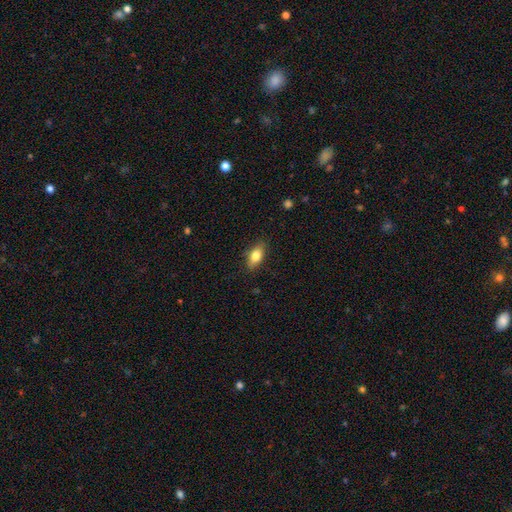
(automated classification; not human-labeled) smooth-or-featured: smooth: 79% | featured or disk: 14% | star or artifact: 7%
  how-rounded: in between: 85% | cigar-shaped: 9% | round: 6%
  merging: none: 83% | minor disturbance: 13% | major disturbance: 3% | merger: 1%